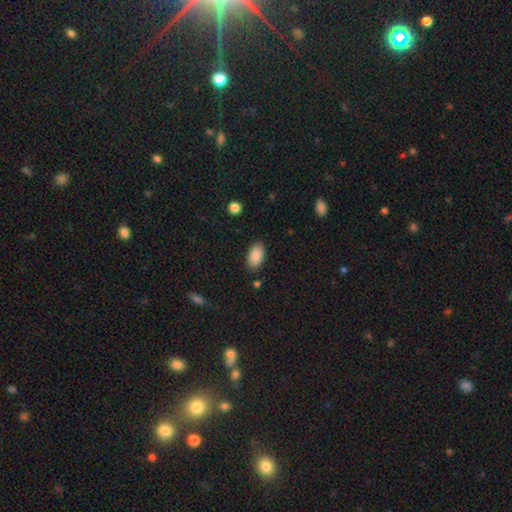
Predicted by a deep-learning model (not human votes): smooth 89%, star or artifact 7%, featured or disk 4%. Down the decision tree: how rounded — in between (94%); merging — none (86%).